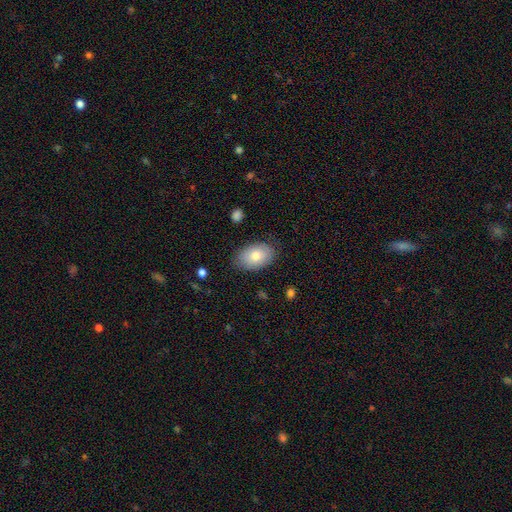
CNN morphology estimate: Q: Smooth or featured?
A: smooth (77%); runner-up: featured or disk (17%)
Q: How rounded?
A: in between (90%); runner-up: round (9%)
Q: Merging?
A: none (81%); runner-up: minor disturbance (15%)